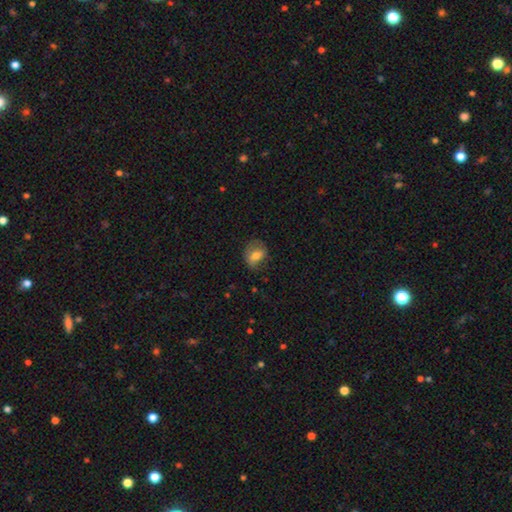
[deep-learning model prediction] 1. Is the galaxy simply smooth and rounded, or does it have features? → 67% smooth, 25% featured or disk, 8% star or artifact.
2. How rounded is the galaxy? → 60% in between, 39% round, 2% cigar-shaped.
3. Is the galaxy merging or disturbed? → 64% none, 23% minor disturbance, 11% major disturbance, 1% merger.